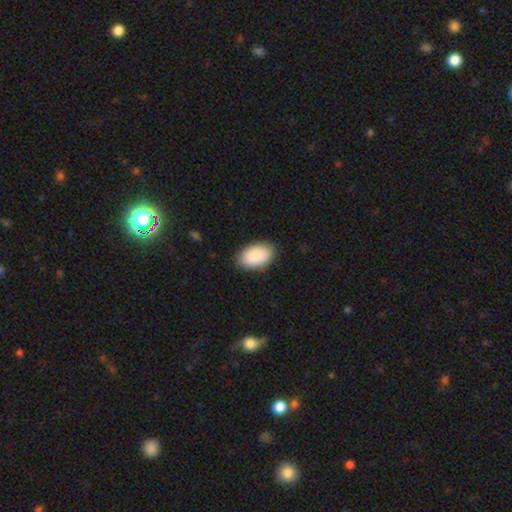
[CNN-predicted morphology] Q: Smooth or featured?
A: smooth (90%); runner-up: star or artifact (6%)
Q: How rounded?
A: in between (94%); runner-up: round (5%)
Q: Merging?
A: none (86%); runner-up: minor disturbance (11%)